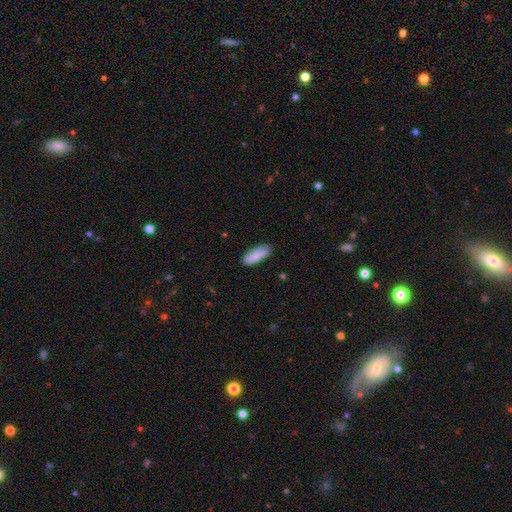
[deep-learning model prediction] Smooth or featured: smooth — 82% (featured or disk — 12%)
How rounded: in between — 66% (cigar-shaped — 32%)
Merging: none — 82% (minor disturbance — 14%)